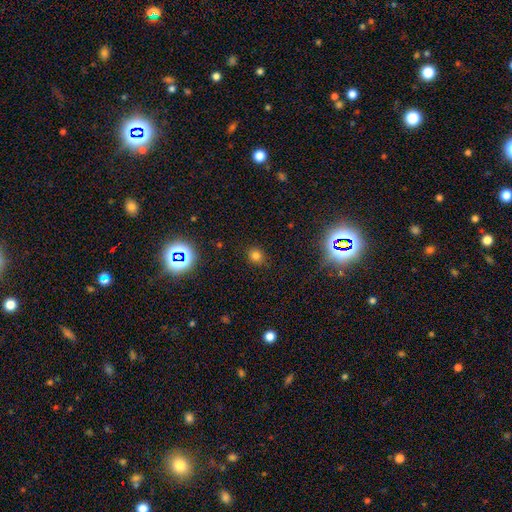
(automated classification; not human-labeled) Q: Smooth or featured?
A: smooth (73%); runner-up: star or artifact (21%)
Q: How rounded?
A: round (78%); runner-up: in between (21%)
Q: Merging?
A: none (86%); runner-up: minor disturbance (9%)